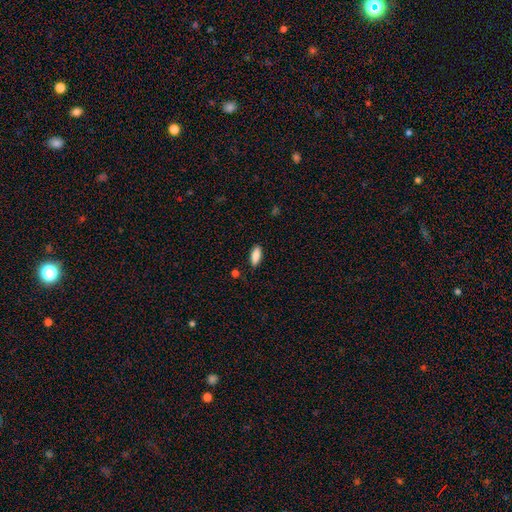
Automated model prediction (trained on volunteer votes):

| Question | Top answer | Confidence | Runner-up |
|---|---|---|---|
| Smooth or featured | smooth | 88% | star or artifact (7%) |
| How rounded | in between | 77% | cigar-shaped (21%) |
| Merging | none | 87% | minor disturbance (10%) |